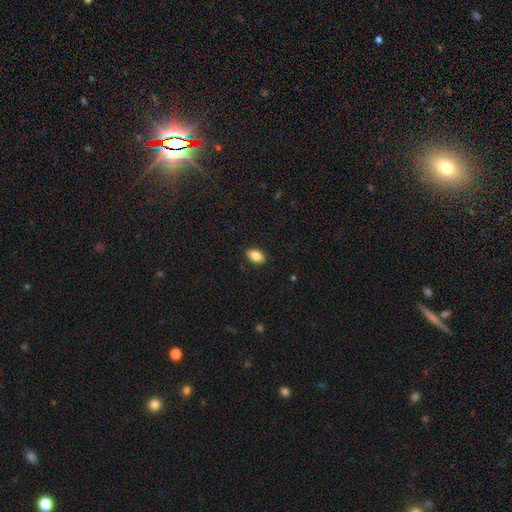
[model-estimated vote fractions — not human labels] A smooth galaxy with no disk features (86%) that is in between round and cigar-shaped (90%). Merging: none (88%).